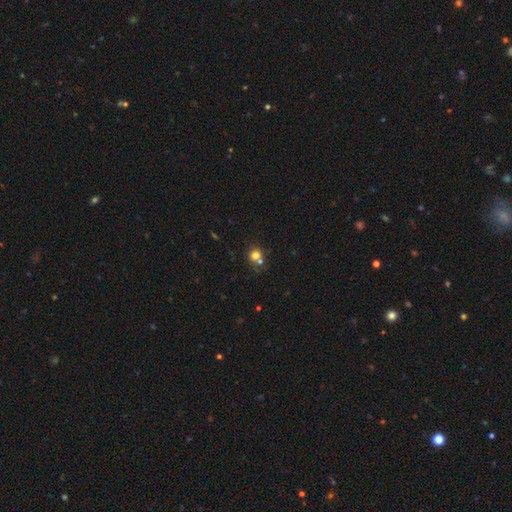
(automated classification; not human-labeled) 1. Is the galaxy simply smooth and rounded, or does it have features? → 74% smooth, 15% star or artifact, 11% featured or disk.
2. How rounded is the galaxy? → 83% round, 16% in between, 1% cigar-shaped.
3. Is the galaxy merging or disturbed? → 53% none, 33% merger, 10% minor disturbance, 4% major disturbance.